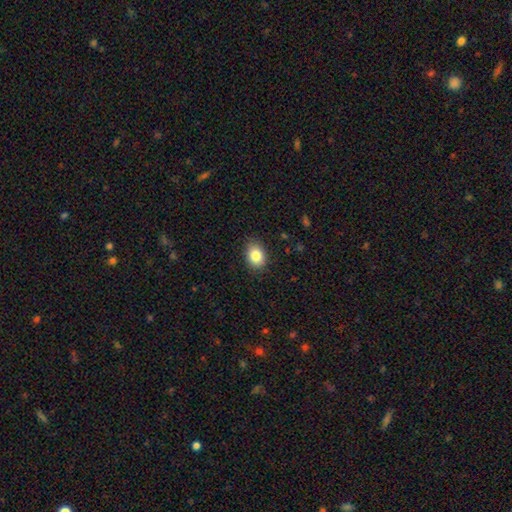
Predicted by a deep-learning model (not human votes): This is clearly a smooth galaxy (85%). How rounded: likely in between (65%). Merging: clearly none (86%).